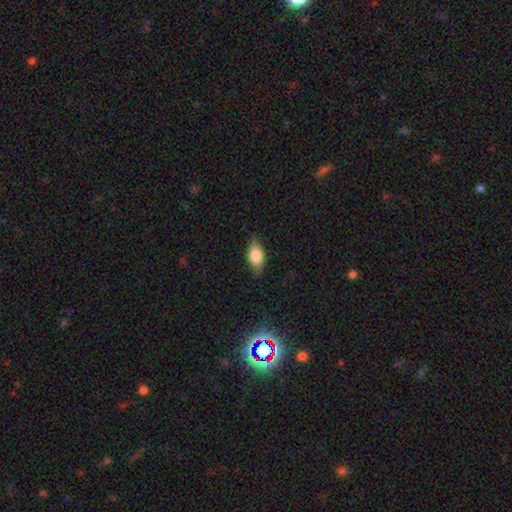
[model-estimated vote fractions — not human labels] A smooth galaxy with no disk features (72%) that is in between round and cigar-shaped (85%).

Vote fractions:
- Smooth or featured? smooth: 72% / featured or disk: 20% / star or artifact: 8%
- How rounded? in between: 85% / cigar-shaped: 8% / round: 6%
- Merging? none: 79% / minor disturbance: 16% / major disturbance: 3% / merger: 1%